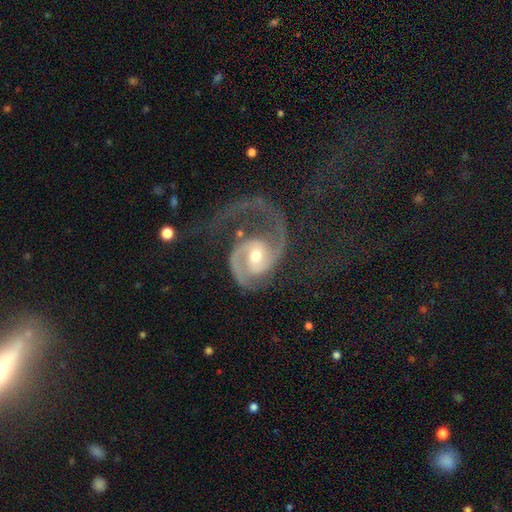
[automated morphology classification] smooth_or_featured: featured or disk (p=0.91) [alt: star or artifact p=0.05]
disk_edge_on: no (p=0.98) [alt: yes p=0.02]
bar: no (p=0.47) [alt: weak p=0.38]
has_spiral_arms: yes (p=0.98) [alt: no p=0.02]
spiral_winding: medium (p=0.52) [alt: loose p=0.24]
spiral_arm_count: 2 (p=0.77) [alt: 1 p=0.14]
bulge_size: moderate (p=0.62) [alt: small p=0.33]
merging: none (p=0.45) [alt: major disturbance p=0.37]